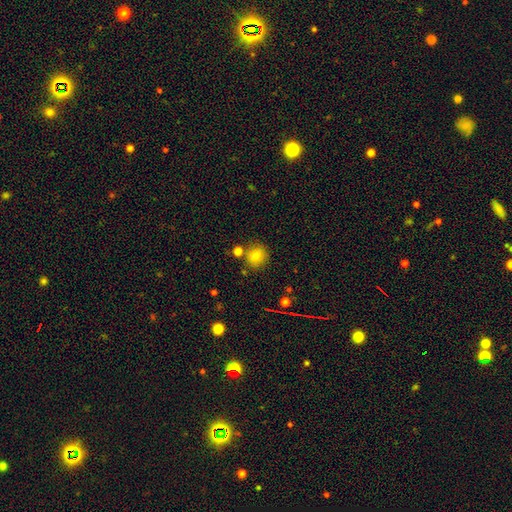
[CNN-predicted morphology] Smooth or featured? Predicted: smooth (p=0.78). How rounded? Predicted: round (p=0.90). Merging? Predicted: none (p=0.78).